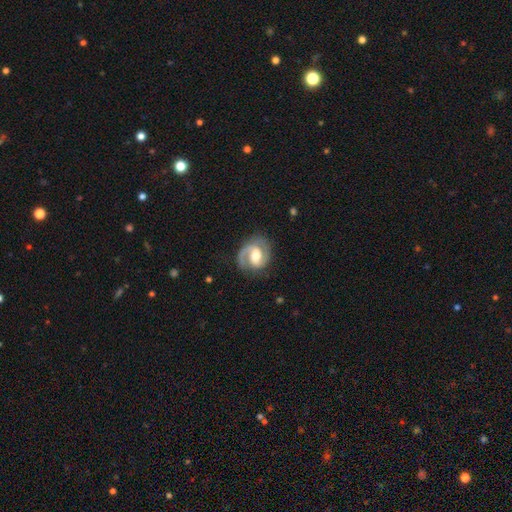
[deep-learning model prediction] Smooth or featured? featured or disk (86%)
Edge-on disk? no (98%)
Bar? weak (50%)
Spiral arms? yes (96%)
Spiral winding? medium (54%)
Spiral arm count? 2 (85%)
Bulge size? moderate (68%)
Merging? none (79%)